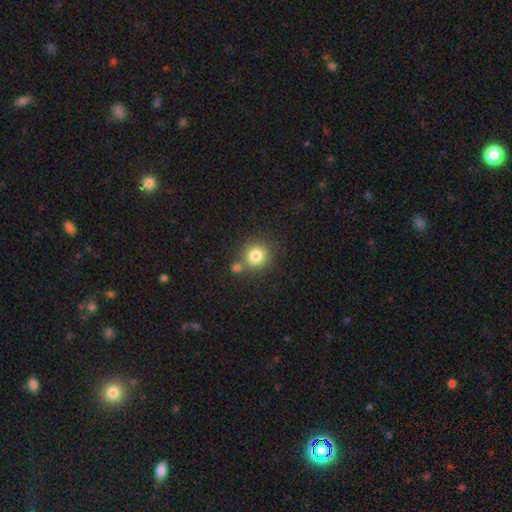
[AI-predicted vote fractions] A smooth galaxy with no disk features (81%) that is round (92%). Merging: none (68%).